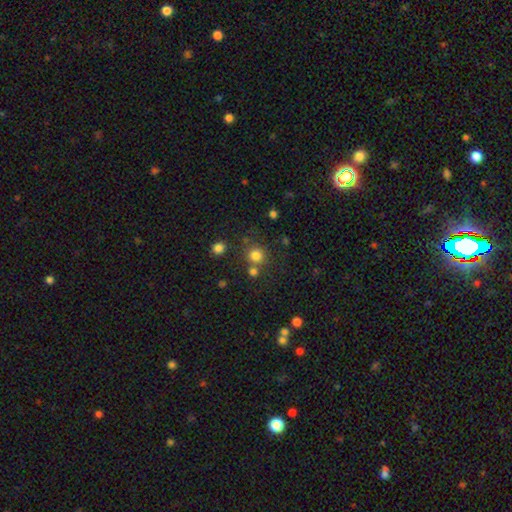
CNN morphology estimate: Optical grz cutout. It shows a smooth galaxy with no disk features (80%) that is round (90%). Merging: none (69%).